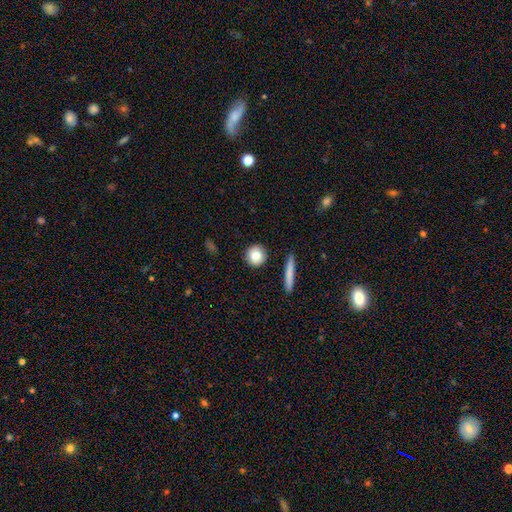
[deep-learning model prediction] smooth 78%, featured or disk 14%, star or artifact 8%. Down the decision tree: how rounded — round (90%); merging — none (89%).